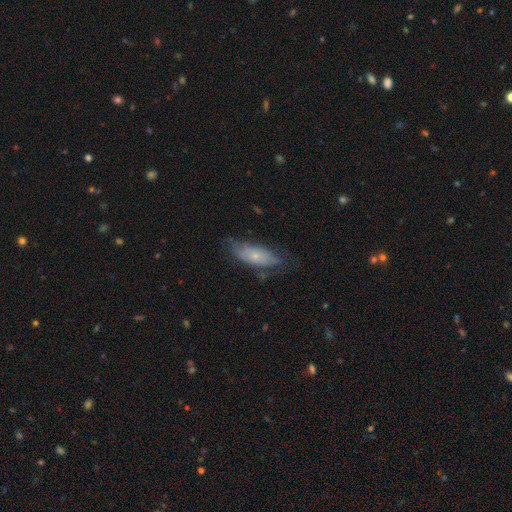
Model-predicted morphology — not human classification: The model was most divided on "smooth or featured": smooth: 56%, featured or disk: 37%, star or artifact: 7%. More confident: how rounded — in between (76%); merging — none (57%).